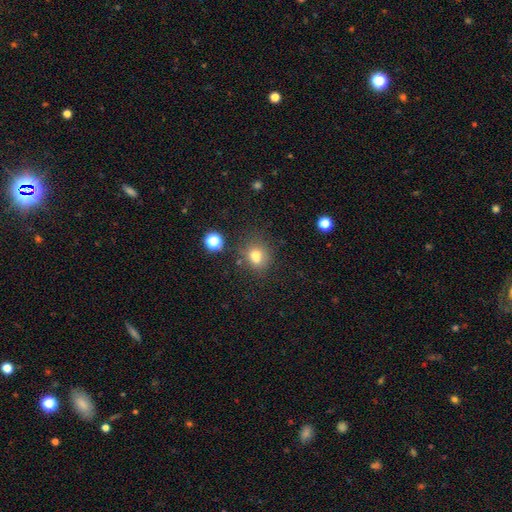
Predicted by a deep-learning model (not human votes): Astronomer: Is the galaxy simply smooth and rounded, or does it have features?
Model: smooth — 73%.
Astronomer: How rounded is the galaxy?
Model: round — 68%.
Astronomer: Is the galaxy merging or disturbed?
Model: none — 66%.